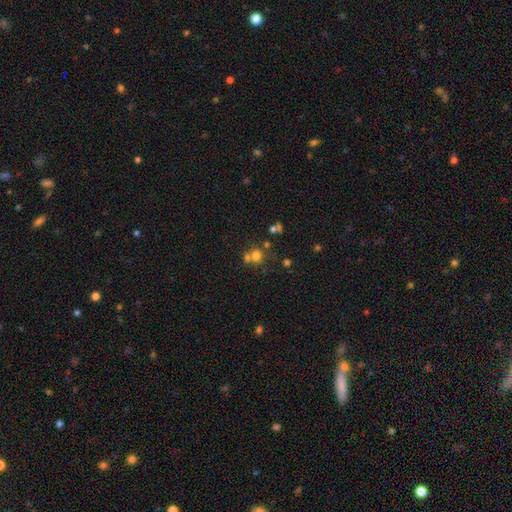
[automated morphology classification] The model was most divided on "merging": none: 51%, merger: 36%, minor disturbance: 8%, major disturbance: 4%. More confident: how rounded — round (87%); smooth or featured — smooth (65%).